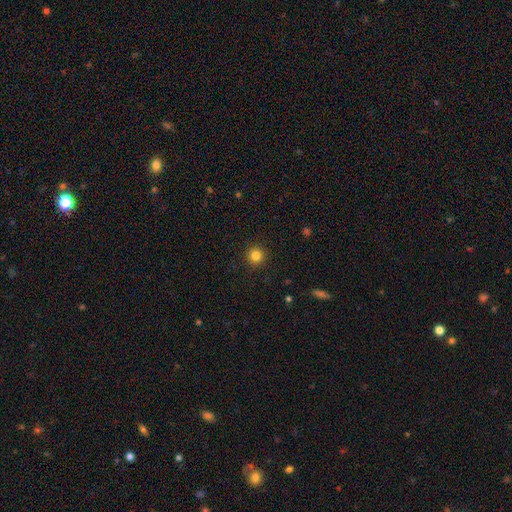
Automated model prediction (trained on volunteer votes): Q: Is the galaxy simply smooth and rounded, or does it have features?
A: smooth — 83%.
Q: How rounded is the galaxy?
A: round — 95%.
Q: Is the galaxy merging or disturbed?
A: none — 93%.